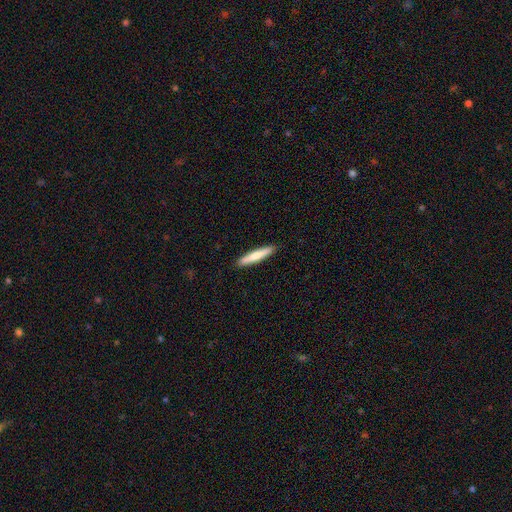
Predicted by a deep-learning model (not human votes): This is likely a smooth galaxy (73%). How rounded: clearly cigar-shaped (93%). Merging: clearly none (91%).